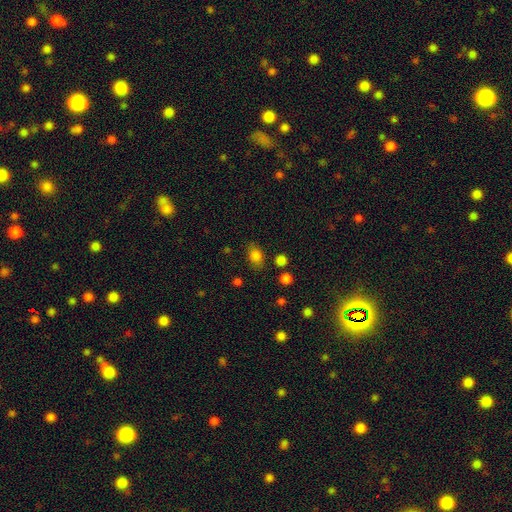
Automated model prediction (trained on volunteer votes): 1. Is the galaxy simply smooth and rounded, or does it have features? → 82% smooth, 12% star or artifact, 6% featured or disk.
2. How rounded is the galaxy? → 74% in between, 24% round, 2% cigar-shaped.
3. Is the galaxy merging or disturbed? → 76% none, 15% minor disturbance, 5% major disturbance, 4% merger.